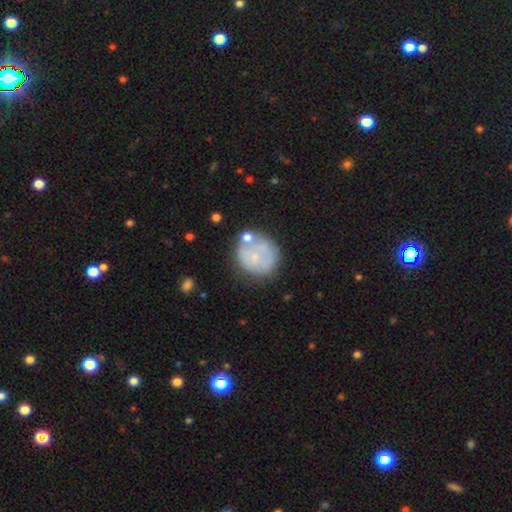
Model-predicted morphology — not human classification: This appears to be a smooth galaxy with no disk features (57%) that is round (85%). Merging: none (54%).